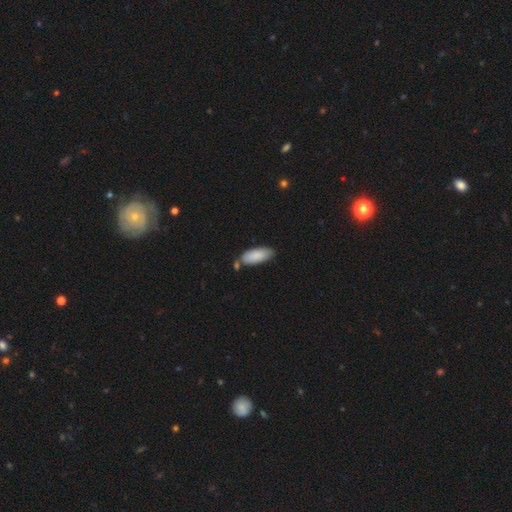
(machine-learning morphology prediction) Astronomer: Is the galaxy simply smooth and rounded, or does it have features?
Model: smooth — 87%.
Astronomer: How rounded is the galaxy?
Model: in between — 79%.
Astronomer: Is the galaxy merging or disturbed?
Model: none — 69%.